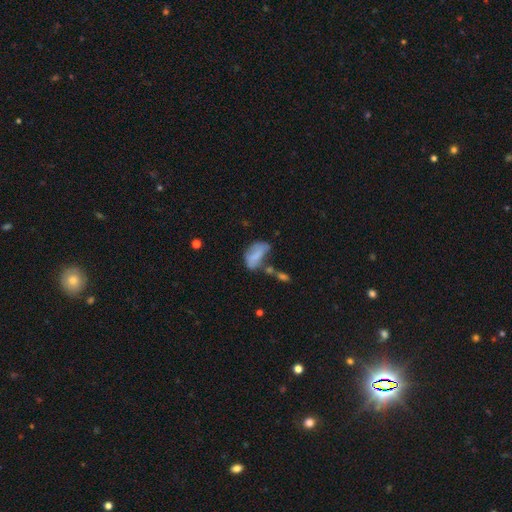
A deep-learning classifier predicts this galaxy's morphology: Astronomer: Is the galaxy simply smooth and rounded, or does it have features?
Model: smooth — 66%.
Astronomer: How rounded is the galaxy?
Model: in between — 90%.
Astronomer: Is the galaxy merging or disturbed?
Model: none — 31% (runner-up: minor disturbance, 29%).